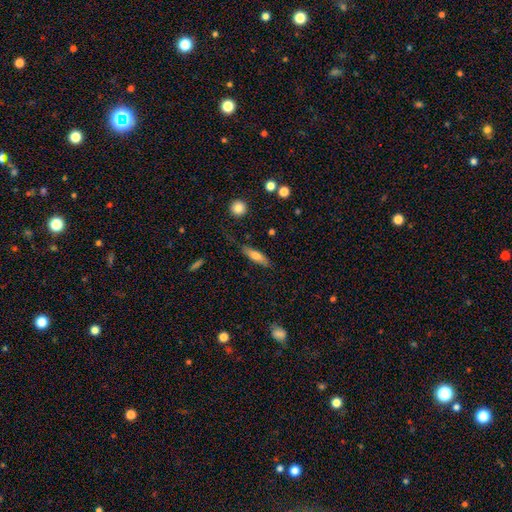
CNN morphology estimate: type=smooth (65%); roundness=cigar-shaped (61%); merging=none (75%).